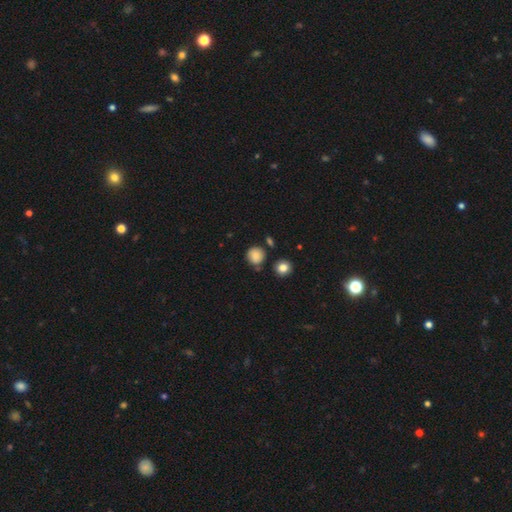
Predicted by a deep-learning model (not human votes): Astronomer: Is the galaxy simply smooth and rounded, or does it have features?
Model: smooth — 81%.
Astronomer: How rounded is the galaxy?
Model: round — 90%.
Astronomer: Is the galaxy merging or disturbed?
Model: none — 77%.